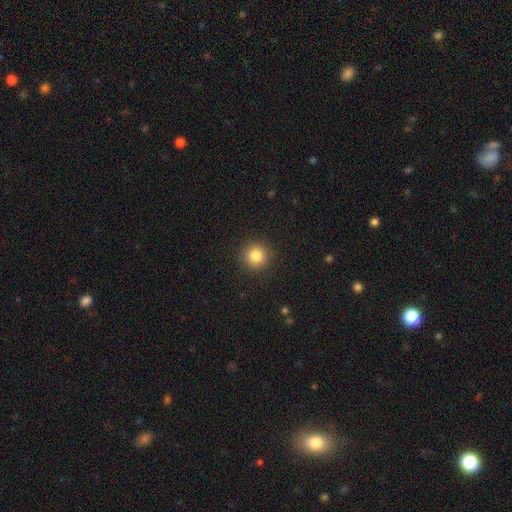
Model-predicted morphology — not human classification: Overall: smooth (84%). How rounded: round (94%). Merging: none (91%).